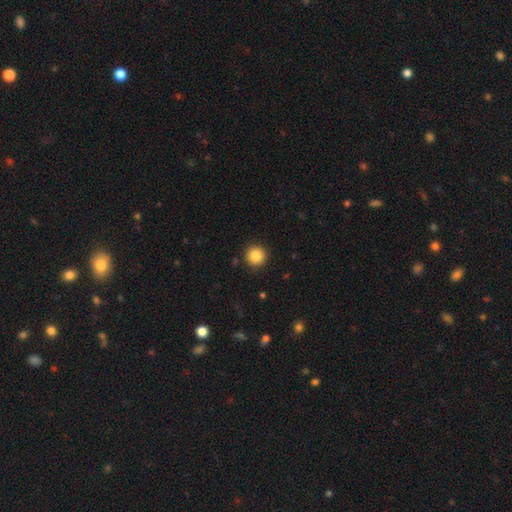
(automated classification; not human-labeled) smooth_or_featured: smooth (p=0.86) [alt: star or artifact p=0.10]
how_rounded: round (p=0.96) [alt: in between p=0.03]
merging: none (p=0.92) [alt: minor disturbance p=0.05]